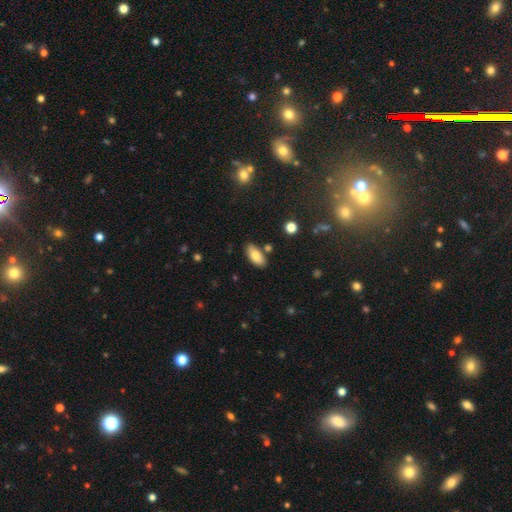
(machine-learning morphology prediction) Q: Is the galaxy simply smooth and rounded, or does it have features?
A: smooth — 79%.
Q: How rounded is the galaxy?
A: in between — 89%.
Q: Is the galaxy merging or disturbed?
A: none — 79%.